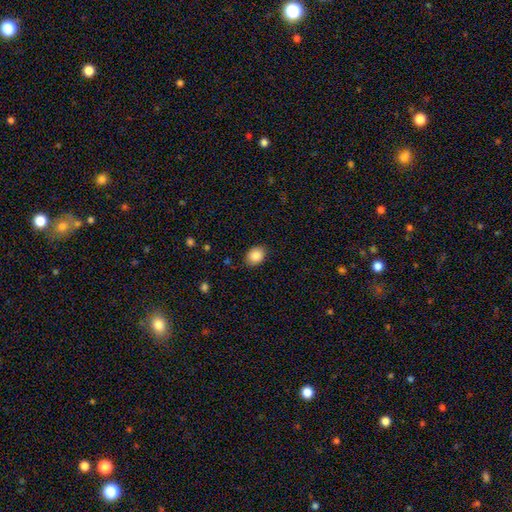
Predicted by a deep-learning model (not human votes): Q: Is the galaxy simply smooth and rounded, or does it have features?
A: smooth — 87%.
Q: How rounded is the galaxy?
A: in between — 59%.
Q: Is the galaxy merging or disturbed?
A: none — 86%.